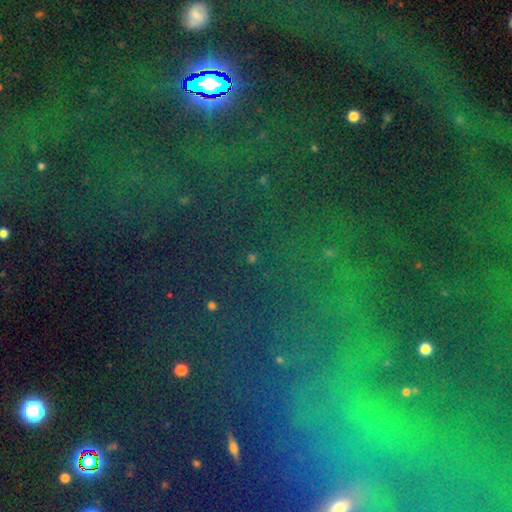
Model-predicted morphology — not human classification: Overall: star or artifact (74%).